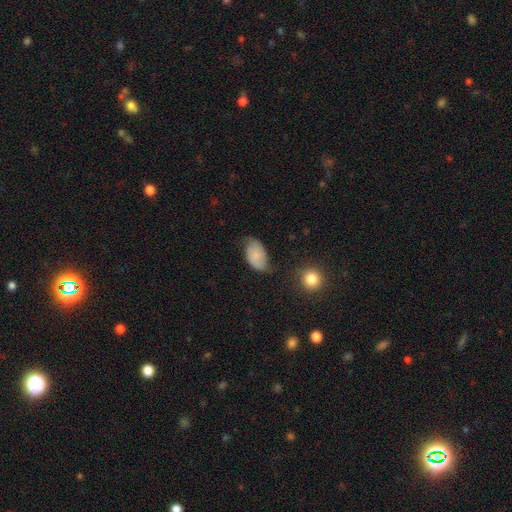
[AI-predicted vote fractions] Smooth or featured? smooth (71%)
How rounded? in between (92%)
Merging? none (52%)